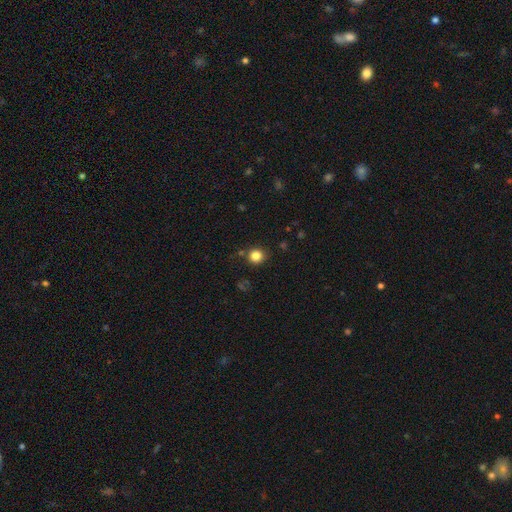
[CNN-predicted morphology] The model was most divided on "smooth or featured": smooth: 83%, star or artifact: 12%, featured or disk: 5%. More confident: how rounded — round (90%); merging — none (85%).